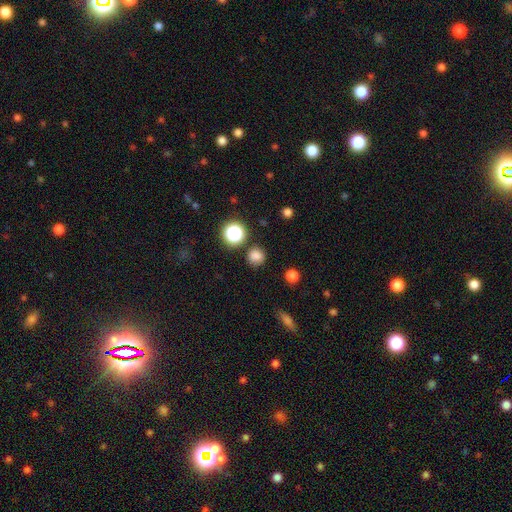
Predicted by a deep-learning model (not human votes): Overall: smooth (79%). How rounded: round (88%). Merging: none (83%).